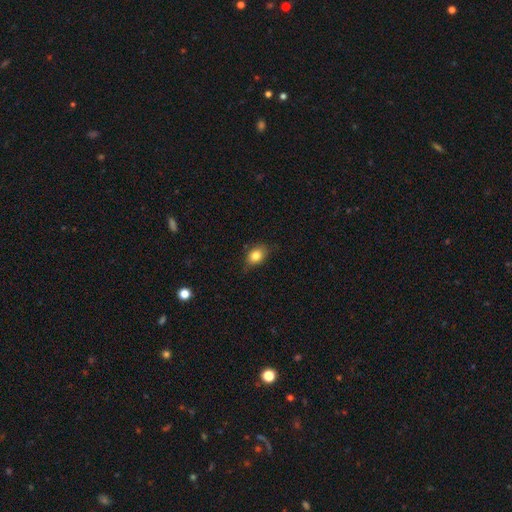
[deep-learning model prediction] The model was most divided on "how rounded": in between: 63%, round: 35%, cigar-shaped: 1%. More confident: smooth or featured — smooth (82%); merging — none (70%).